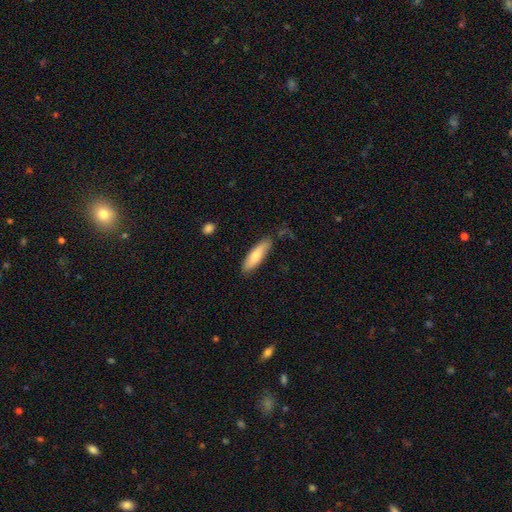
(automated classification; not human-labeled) Smooth or featured?
  - smooth: 76% *
  - featured or disk: 19%
  - star or artifact: 6%
How rounded?
  - cigar-shaped: 63% *
  - in between: 35%
  - round: 2%
Merging?
  - none: 76% *
  - minor disturbance: 17%
  - major disturbance: 4%
  - merger: 3%